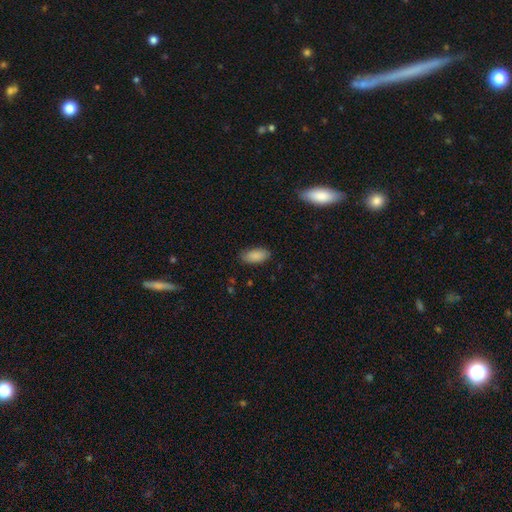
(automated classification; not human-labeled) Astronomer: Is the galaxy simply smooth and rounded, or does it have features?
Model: smooth — 89%.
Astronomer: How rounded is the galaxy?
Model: in between — 91%.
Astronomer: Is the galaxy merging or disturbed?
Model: none — 85%.